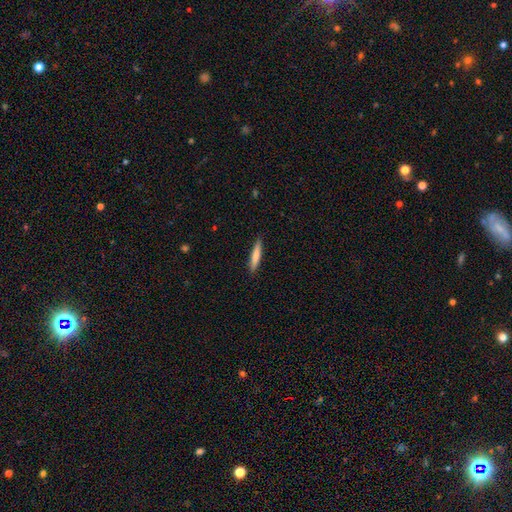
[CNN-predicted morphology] A smooth galaxy with no disk features (77%) that is cigar-shaped (91%). Merging: none (88%).